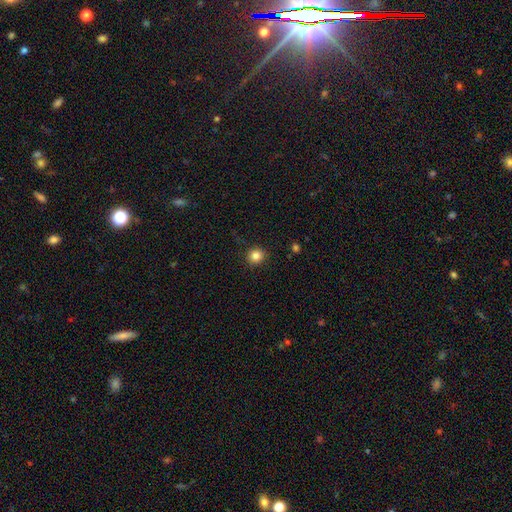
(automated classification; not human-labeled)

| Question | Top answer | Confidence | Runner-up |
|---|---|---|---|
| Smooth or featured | smooth | 84% | star or artifact (12%) |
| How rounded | round | 88% | in between (11%) |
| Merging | none | 90% | minor disturbance (7%) |